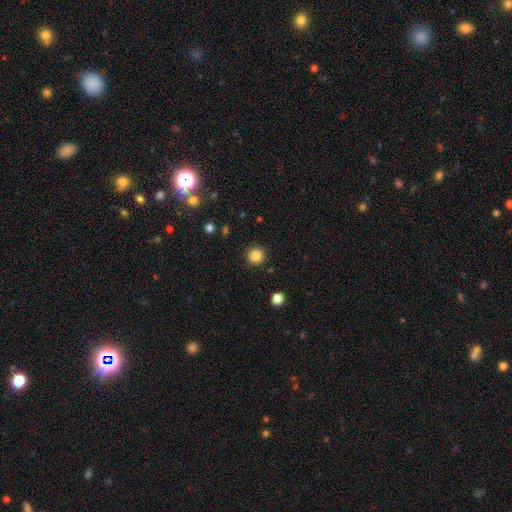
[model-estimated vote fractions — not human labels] A smooth galaxy with no disk features (86%) that is round (95%).

Vote fractions:
- Smooth or featured? smooth: 86% / star or artifact: 11% / featured or disk: 4%
- How rounded? round: 95% / in between: 4% / cigar-shaped: 1%
- Merging? none: 91% / minor disturbance: 5% / major disturbance: 2% / merger: 1%